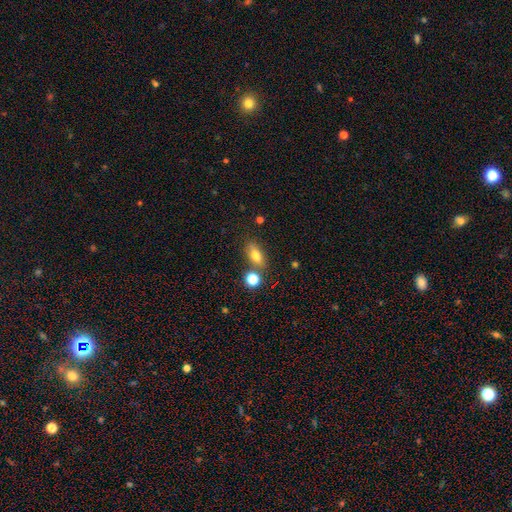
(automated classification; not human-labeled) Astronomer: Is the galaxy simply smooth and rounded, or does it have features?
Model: smooth — 73%.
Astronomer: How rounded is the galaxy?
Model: in between — 74%.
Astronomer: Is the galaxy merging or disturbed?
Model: none — 70%.